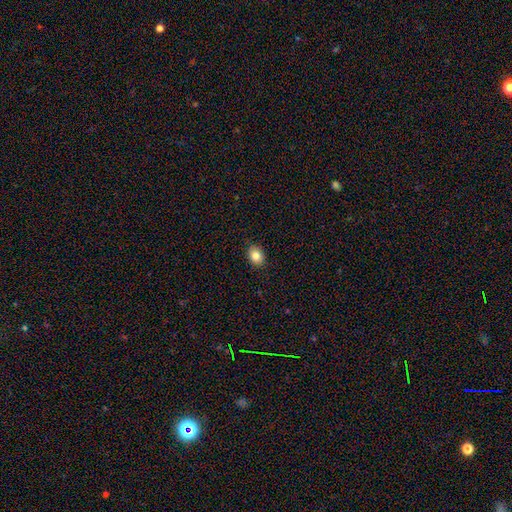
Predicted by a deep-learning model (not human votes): This is clearly a smooth galaxy (83%). How rounded: possibly in between (56%). Merging: clearly none (88%).